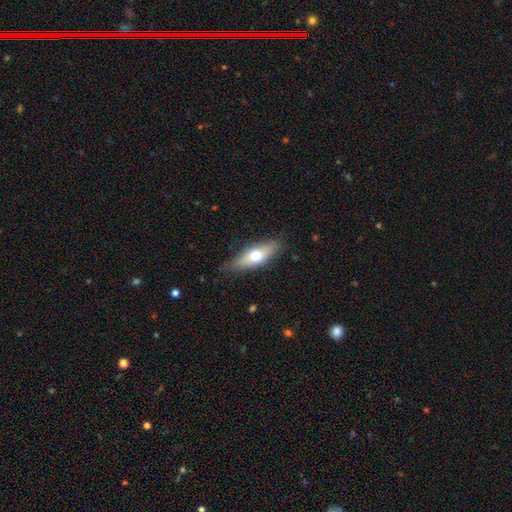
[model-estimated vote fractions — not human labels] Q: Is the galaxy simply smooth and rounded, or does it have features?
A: smooth — 61%.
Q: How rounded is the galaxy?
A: in between — 60%.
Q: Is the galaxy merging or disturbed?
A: none — 80%.